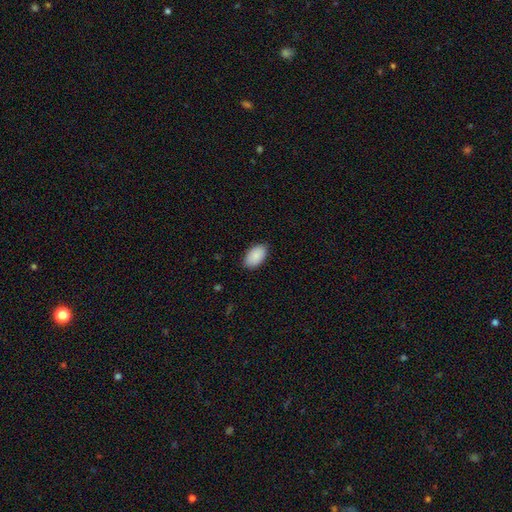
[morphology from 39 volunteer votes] Overall: smooth (97%). How rounded: in between (97%). Merging: none (89%).